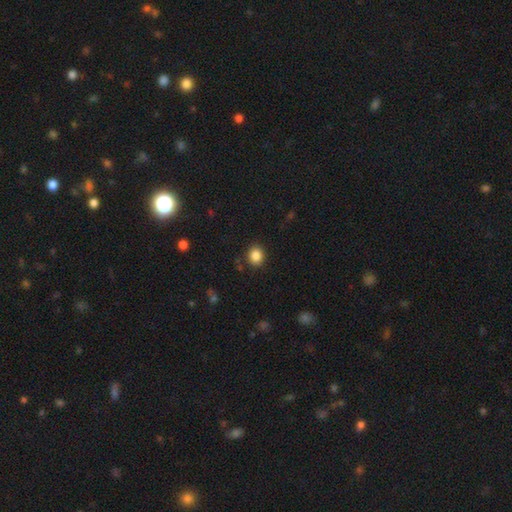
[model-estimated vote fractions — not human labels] smooth-or-featured: smooth: 86% | star or artifact: 10% | featured or disk: 4%
  how-rounded: round: 69% | in between: 31% | cigar-shaped: 1%
  merging: none: 88% | minor disturbance: 8% | major disturbance: 3% | merger: 2%